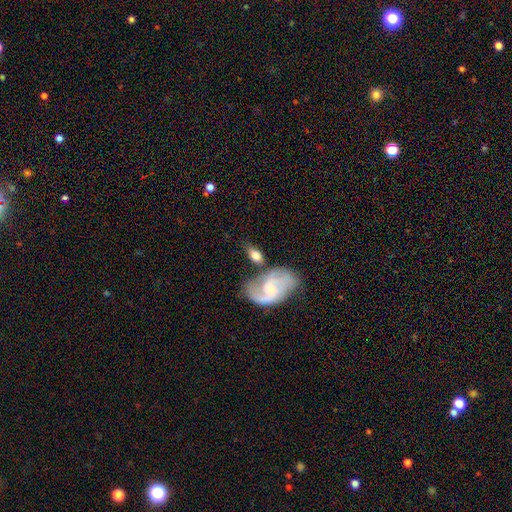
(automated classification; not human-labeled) A smooth galaxy with no disk features (54%) that is in between round and cigar-shaped (85%). Merging: none (48%).